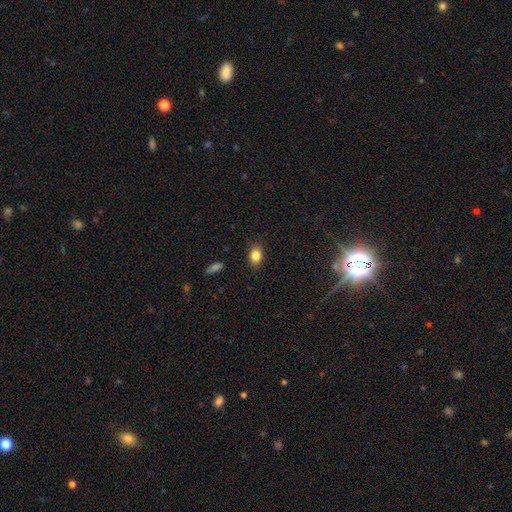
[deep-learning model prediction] Smooth or featured: smooth — 83% (star or artifact — 10%)
How rounded: in between — 68% (round — 30%)
Merging: none — 84% (minor disturbance — 12%)